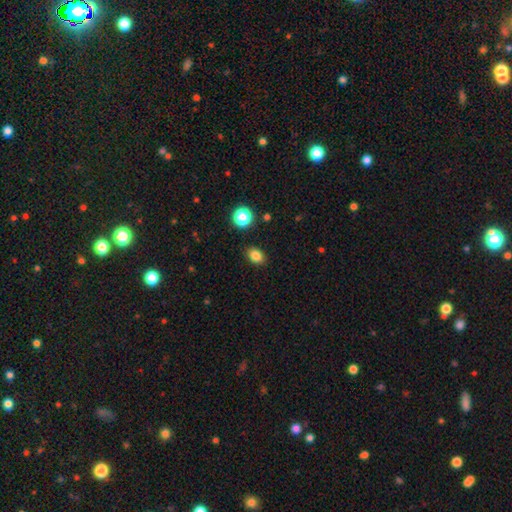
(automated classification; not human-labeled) The model was most divided on "how rounded": in between: 68%, round: 31%, cigar-shaped: 1%. More confident: merging — none (87%); smooth or featured — smooth (83%).